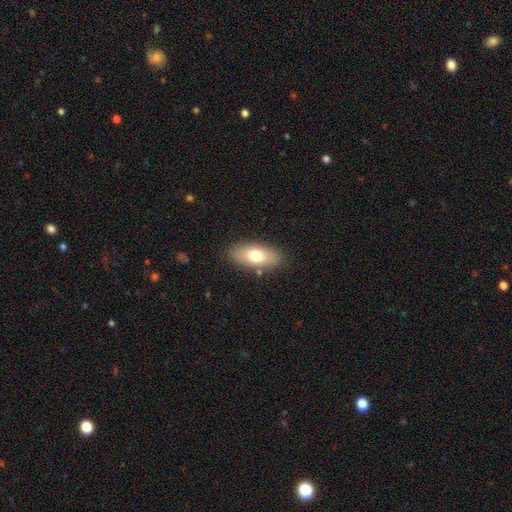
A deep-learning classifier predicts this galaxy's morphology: This is likely a smooth galaxy (71%). How rounded: clearly in between (86%). Merging: clearly none (84%).